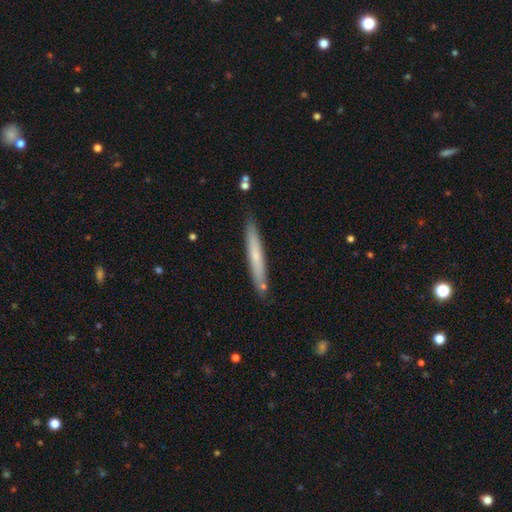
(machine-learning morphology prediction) A smooth galaxy with no disk features (58%) that is cigar-shaped (96%). Merging: none (86%).